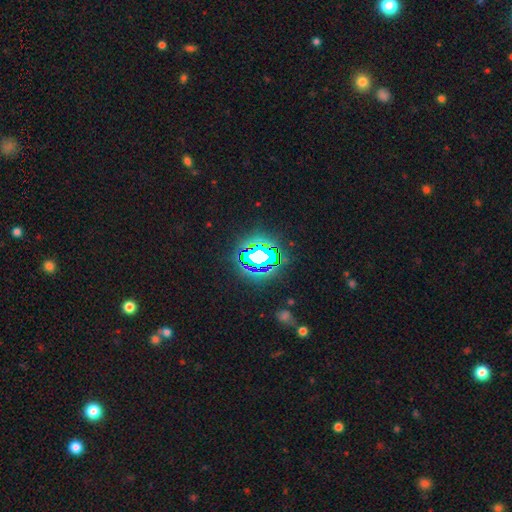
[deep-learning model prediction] smooth-or-featured: star or artifact: 70% | smooth: 17% | featured or disk: 13%